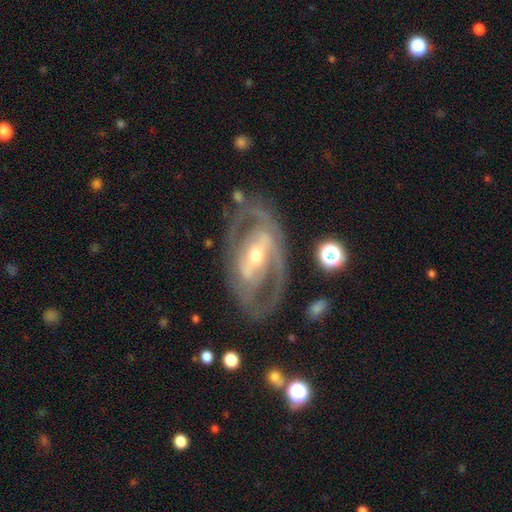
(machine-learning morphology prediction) Smooth or featured: featured or disk — 87% (smooth — 8%)
Edge-on disk: no — 94% (yes — 6%)
Bar: strong — 49% (weak — 33%)
Spiral arms: yes — 86% (no — 14%)
Spiral winding: medium — 44% (tied with tight — 44%)
Spiral arm count: 2 — 74% (can't tell — 13%)
Bulge size: moderate — 57% (small — 37%)
Merging: none — 74% (minor disturbance — 15%)